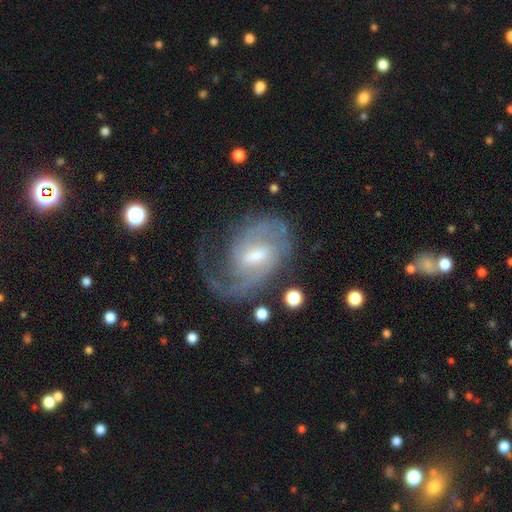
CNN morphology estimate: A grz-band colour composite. It shows a featured or disk galaxy (85%) with a weak bar (61%), 2 (50%) medium (47%) spiral arms (95%) and a moderate central bulge (54%). Merging: none (53%).